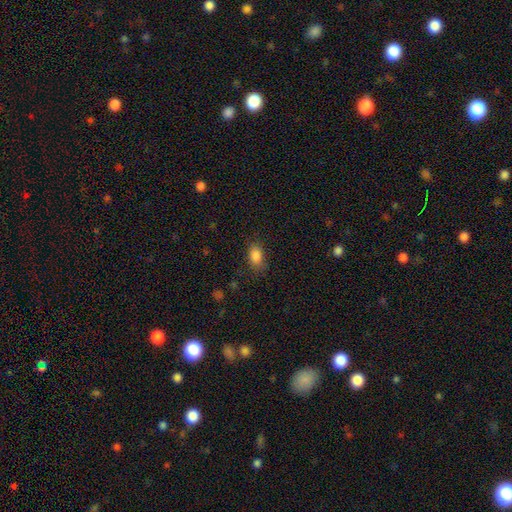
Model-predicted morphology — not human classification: Smooth or featured?
  - smooth: 86% *
  - star or artifact: 10%
  - featured or disk: 5%
How rounded?
  - in between: 85% *
  - round: 13%
  - cigar-shaped: 2%
Merging?
  - none: 76% *
  - minor disturbance: 17%
  - major disturbance: 5%
  - merger: 1%